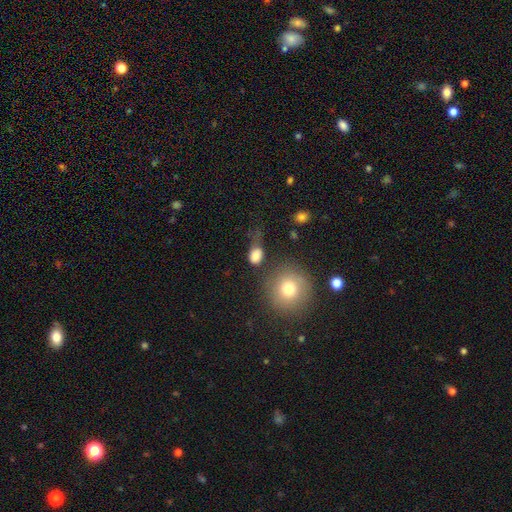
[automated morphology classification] A smooth galaxy with no disk features (80%) that is in between round and cigar-shaped (61%).

Vote fractions:
- Smooth or featured? smooth: 80% / star or artifact: 11% / featured or disk: 9%
- How rounded? in between: 61% / round: 36% / cigar-shaped: 3%
- Merging? none: 35% / minor disturbance: 28% / major disturbance: 27% / merger: 10%